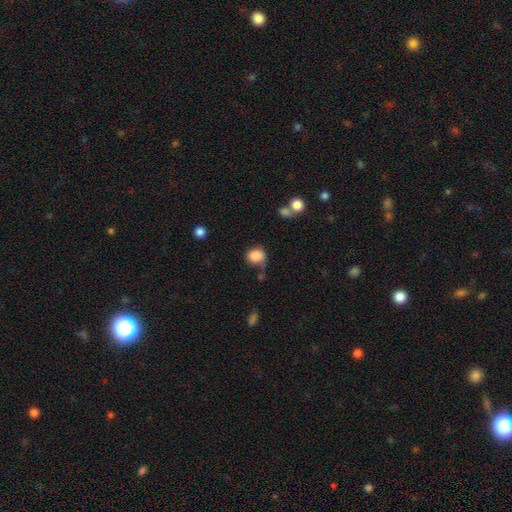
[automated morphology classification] Smooth or featured: smooth — 85% (star or artifact — 9%)
How rounded: round — 65% (in between — 34%)
Merging: none — 52% (minor disturbance — 25%)